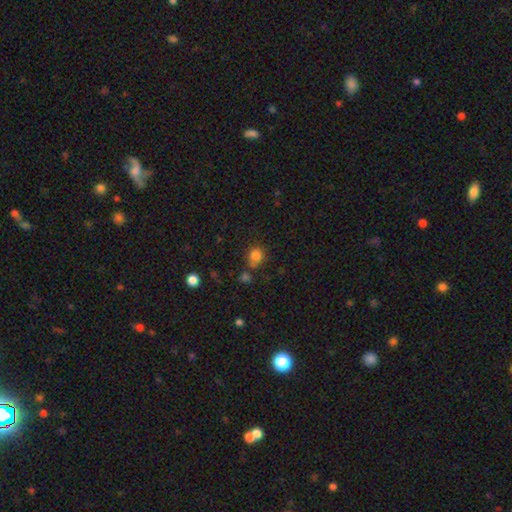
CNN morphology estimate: Overall: smooth (82%). How rounded: round (81%). Merging: none (66%).